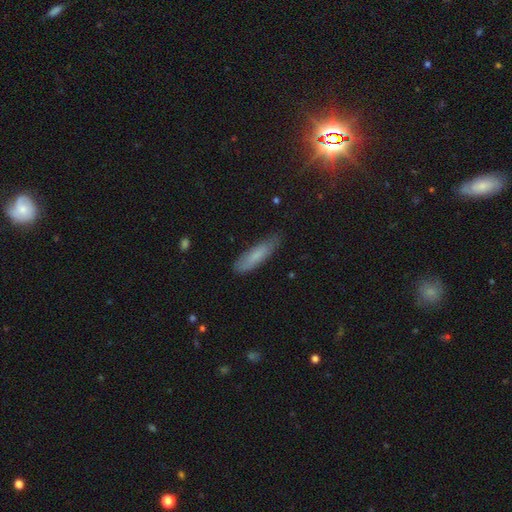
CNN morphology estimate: A smooth galaxy with no disk features (72%) that is cigar-shaped (70%).

Vote fractions:
- Smooth or featured? smooth: 72% / featured or disk: 20% / star or artifact: 8%
- How rounded? cigar-shaped: 70% / in between: 29% / round: 2%
- Merging? none: 76% / minor disturbance: 19% / major disturbance: 3% / merger: 1%